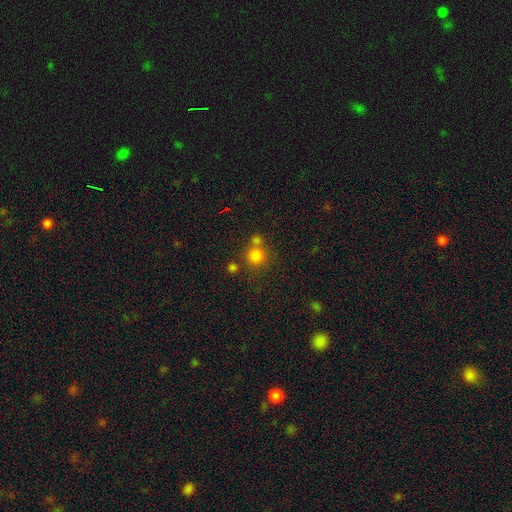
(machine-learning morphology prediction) Smooth or featured? smooth (78%)
How rounded? round (91%)
Merging? none (62%)